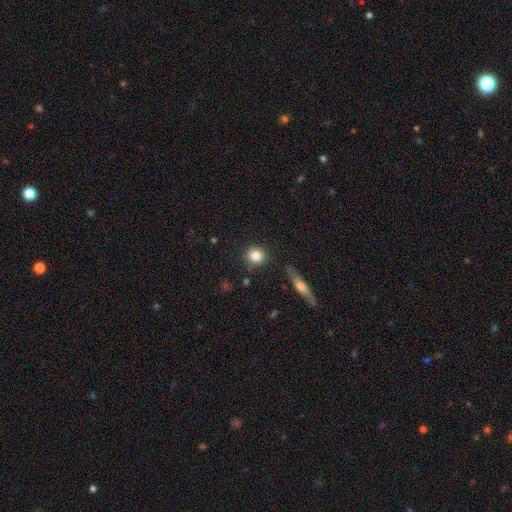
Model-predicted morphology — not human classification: This is clearly a smooth galaxy (83%). How rounded: clearly round (89%). Merging: clearly none (85%).